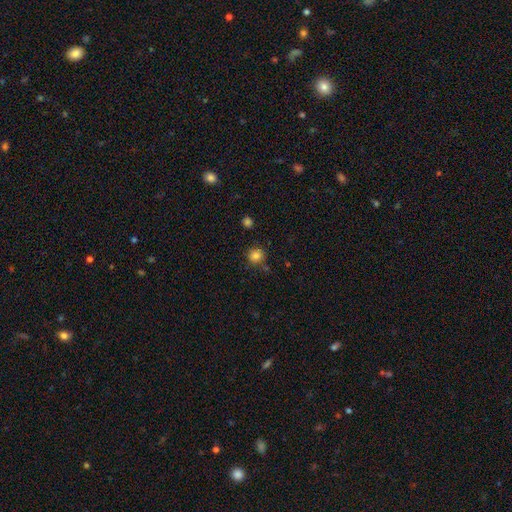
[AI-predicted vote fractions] smooth 84%, star or artifact 12%, featured or disk 5%. Down the decision tree: how rounded — round (91%); merging — none (81%).